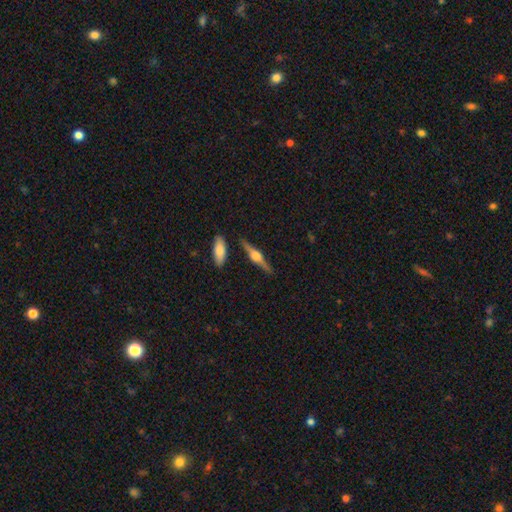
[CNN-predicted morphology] A featured or disk galaxy (79%) viewed edge-on (97%) with a rounded central bulge (92%). Merging: none (85%).